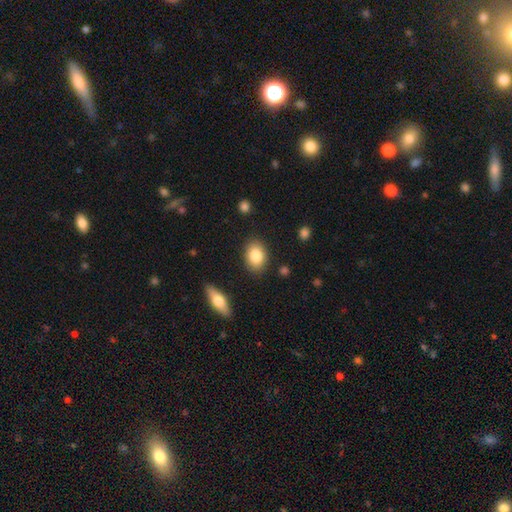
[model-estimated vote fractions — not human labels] Smooth or featured?
  - smooth: 84% *
  - featured or disk: 9%
  - star or artifact: 7%
How rounded?
  - in between: 79% *
  - round: 20%
  - cigar-shaped: 2%
Merging?
  - none: 86% *
  - minor disturbance: 10%
  - major disturbance: 2%
  - merger: 2%